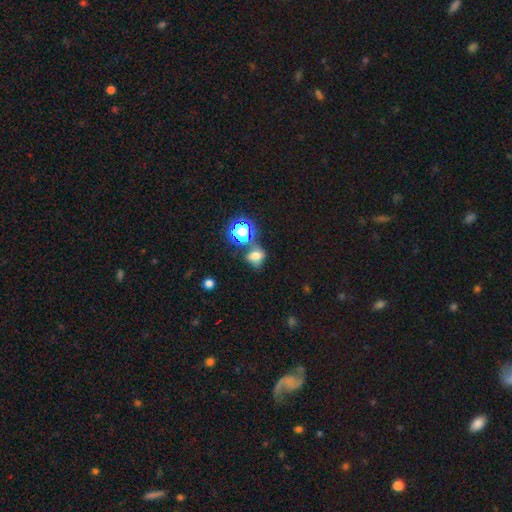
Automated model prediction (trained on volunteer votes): smooth-or-featured: smooth: 61% | star or artifact: 26% | featured or disk: 13%
  how-rounded: in between: 53% | round: 45% | cigar-shaped: 2%
  merging: none: 53% | minor disturbance: 19% | merger: 18% | major disturbance: 10%